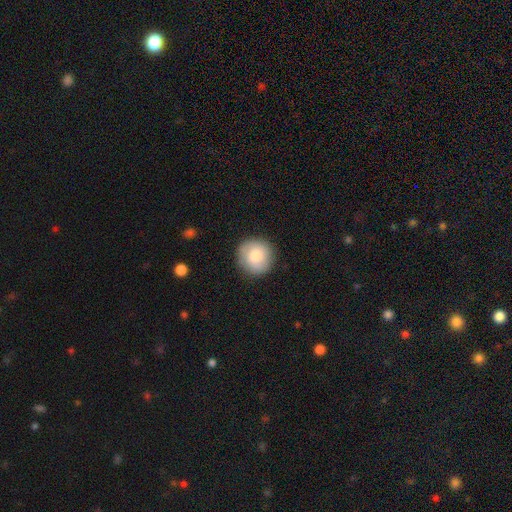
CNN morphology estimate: Smooth or featured: smooth — 76% (featured or disk — 17%)
How rounded: round — 94% (in between — 6%)
Merging: none — 87% (minor disturbance — 10%)